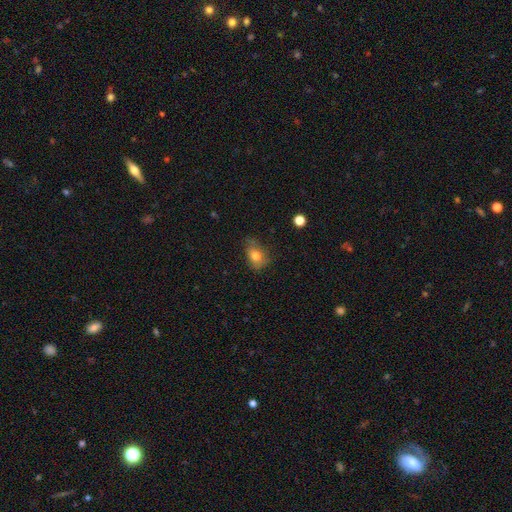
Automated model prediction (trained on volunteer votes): Smooth or featured?
  - smooth: 74% *
  - featured or disk: 15%
  - star or artifact: 11%
How rounded?
  - in between: 67% *
  - round: 31%
  - cigar-shaped: 2%
Merging?
  - none: 53% *
  - minor disturbance: 32%
  - major disturbance: 12%
  - merger: 2%